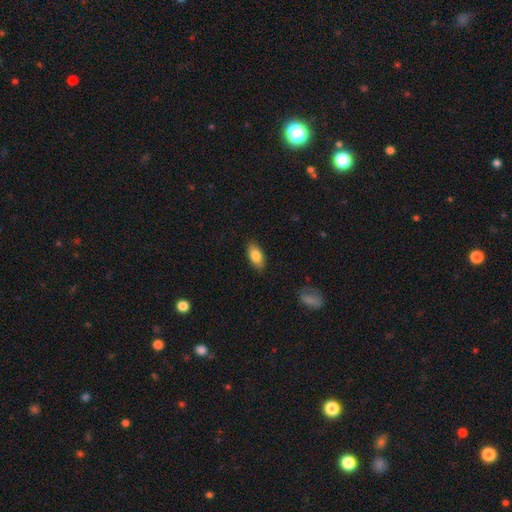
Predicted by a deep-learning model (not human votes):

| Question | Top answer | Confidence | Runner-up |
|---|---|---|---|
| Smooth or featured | smooth | 83% | featured or disk (10%) |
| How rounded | in between | 90% | cigar-shaped (7%) |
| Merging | none | 86% | minor disturbance (10%) |